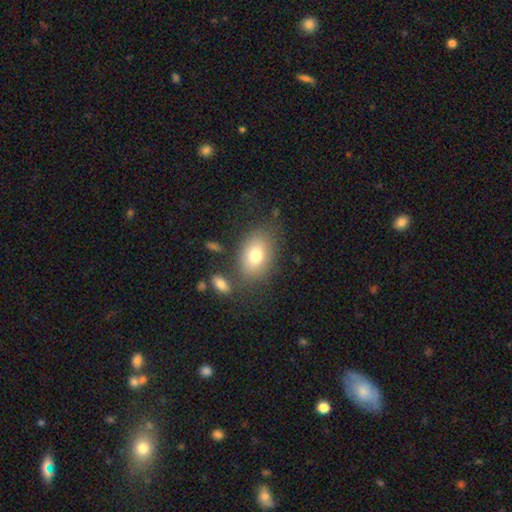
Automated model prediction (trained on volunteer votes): smooth_or_featured: smooth (p=0.76) [alt: featured or disk p=0.15]
how_rounded: in between (p=0.81) [alt: round p=0.17]
merging: none (p=0.72) [alt: minor disturbance p=0.16]